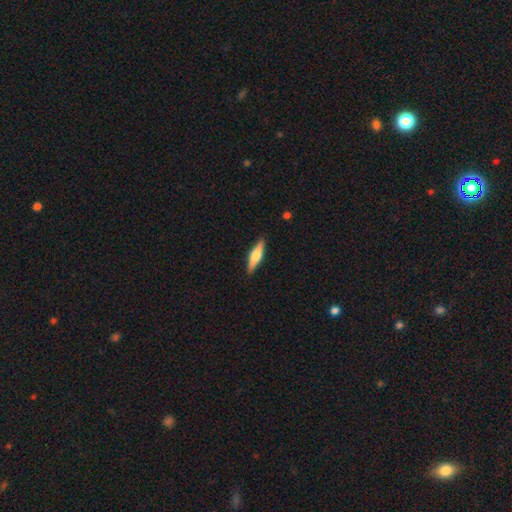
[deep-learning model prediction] A smooth galaxy with no disk features (51%) that is cigar-shaped (70%).

Vote fractions:
- Smooth or featured? smooth: 51% / featured or disk: 44% / star or artifact: 6%
- How rounded? cigar-shaped: 70% / in between: 28% / round: 2%
- Merging? none: 89% / minor disturbance: 8% / major disturbance: 2% / merger: 1%